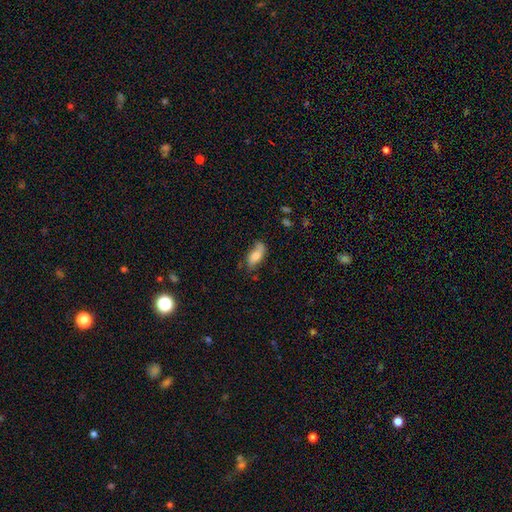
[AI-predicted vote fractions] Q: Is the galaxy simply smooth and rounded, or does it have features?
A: smooth — 64%.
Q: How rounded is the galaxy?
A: in between — 83%.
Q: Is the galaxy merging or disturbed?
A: none — 58%.